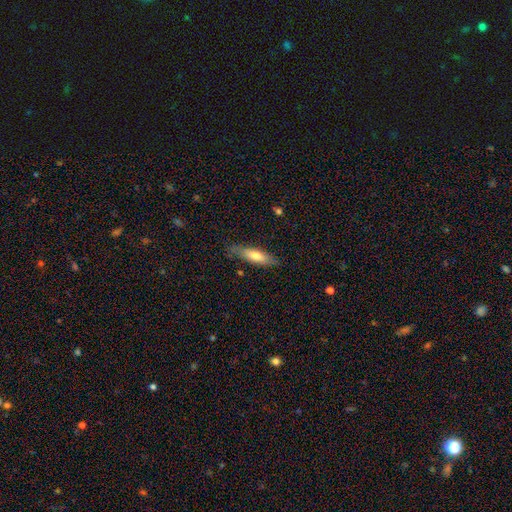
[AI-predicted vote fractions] smooth 62%, featured or disk 32%, star or artifact 6%. Down the decision tree: how rounded — cigar-shaped (59%); merging — none (76%).